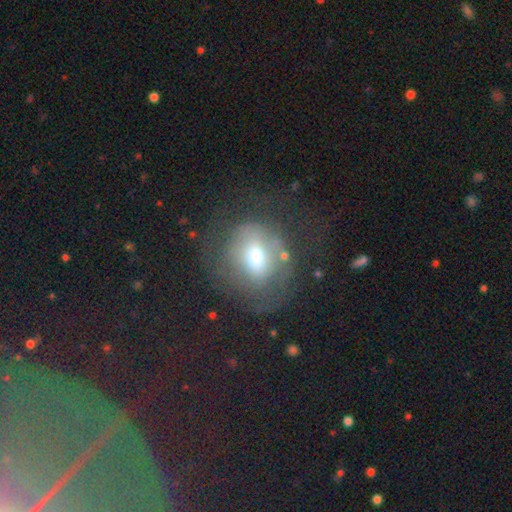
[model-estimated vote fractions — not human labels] smooth 41%, featured or disk 39%, star or artifact 20%. Down the decision tree: merging — none (63%).